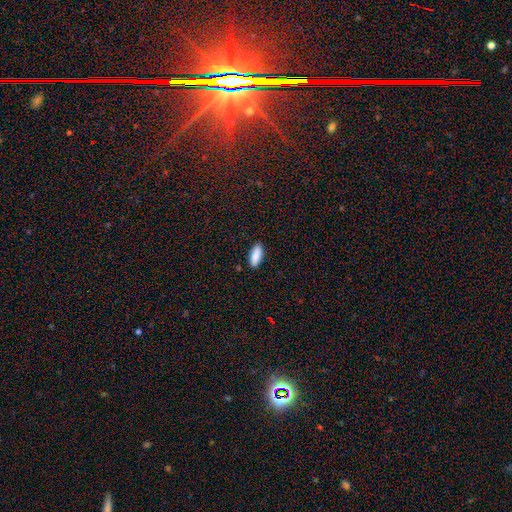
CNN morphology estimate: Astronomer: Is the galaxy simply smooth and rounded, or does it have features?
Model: smooth — 90%.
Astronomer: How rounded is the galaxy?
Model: in between — 77%.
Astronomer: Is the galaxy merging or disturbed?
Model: none — 89%.